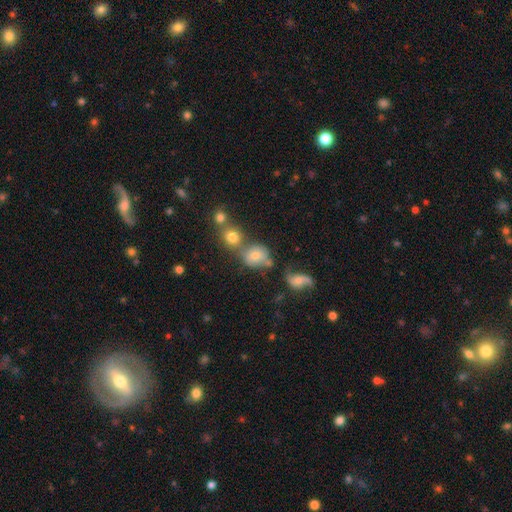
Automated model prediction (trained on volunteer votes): Smooth or featured? Predicted: smooth (p=0.66). How rounded? Predicted: round (p=0.63). Merging? Predicted: none (p=0.43).